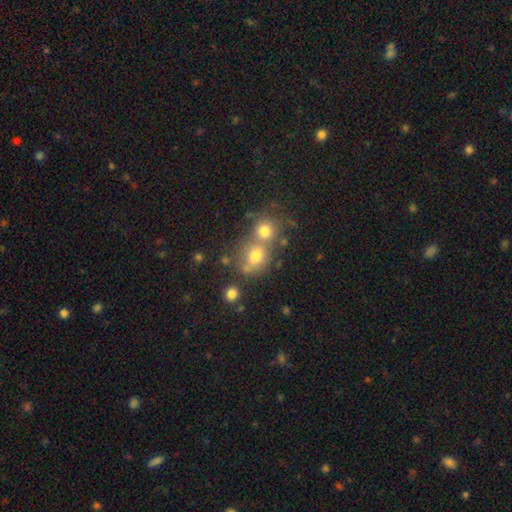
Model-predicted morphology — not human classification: A smooth galaxy with no disk features (71%) that is round (68%).

Vote fractions:
- Smooth or featured? smooth: 71% / star or artifact: 15% / featured or disk: 14%
- How rounded? round: 68% / in between: 31% / cigar-shaped: 1%
- Merging? merger: 50% / none: 37% / minor disturbance: 9% / major disturbance: 4%